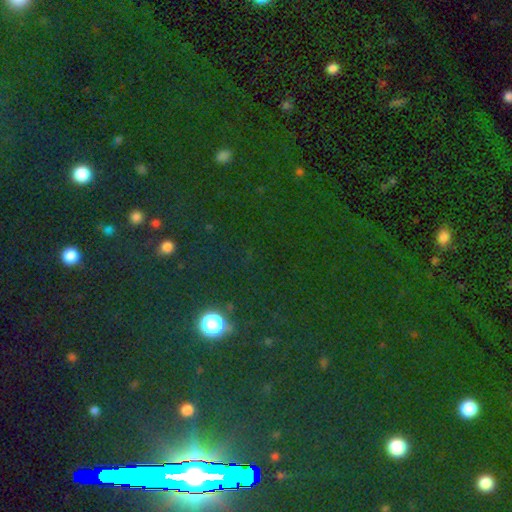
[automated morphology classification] This appears to be a star or artifact, not a galaxy (75%).